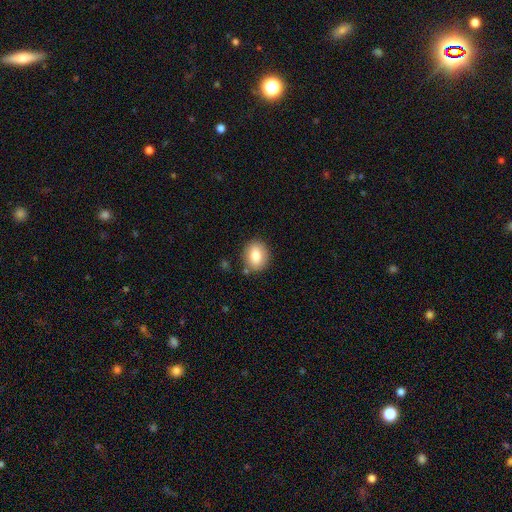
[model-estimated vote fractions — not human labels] This is clearly a smooth galaxy (81%). How rounded: possibly round (56%). Merging: clearly none (82%).